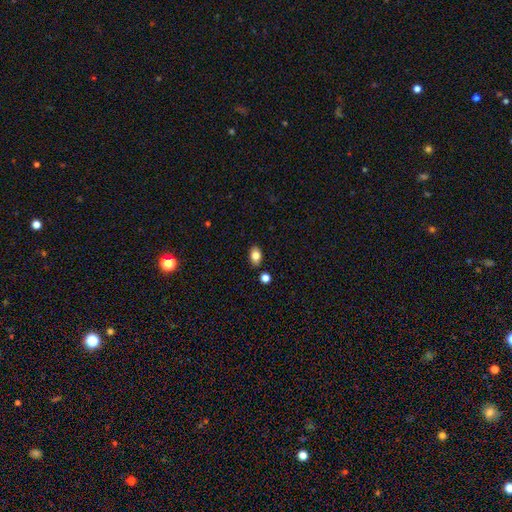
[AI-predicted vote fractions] Smooth or featured?
  - smooth: 81% *
  - featured or disk: 10%
  - star or artifact: 9%
How rounded?
  - in between: 85% *
  - round: 13%
  - cigar-shaped: 2%
Merging?
  - none: 85% *
  - minor disturbance: 10%
  - merger: 4%
  - major disturbance: 2%